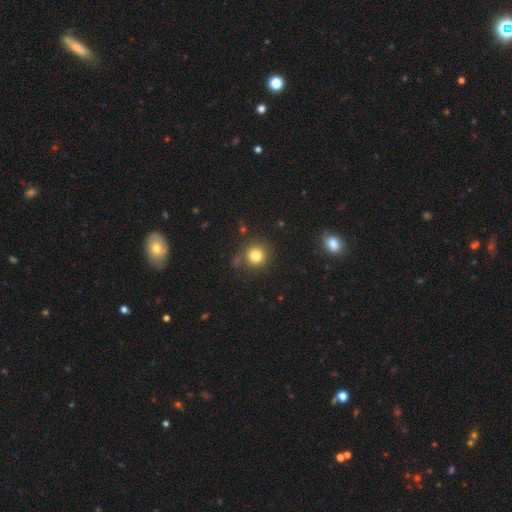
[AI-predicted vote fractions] Q: Smooth or featured?
A: smooth (81%); runner-up: star or artifact (12%)
Q: How rounded?
A: round (92%); runner-up: in between (7%)
Q: Merging?
A: none (81%); runner-up: minor disturbance (10%)